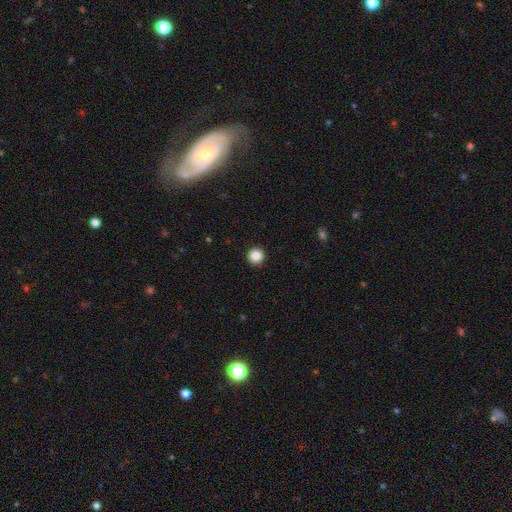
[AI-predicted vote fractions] Smooth or featured?
  - smooth: 87% *
  - star or artifact: 10%
  - featured or disk: 3%
How rounded?
  - round: 96% *
  - in between: 3%
  - cigar-shaped: 1%
Merging?
  - none: 93% *
  - minor disturbance: 4%
  - major disturbance: 2%
  - merger: 1%